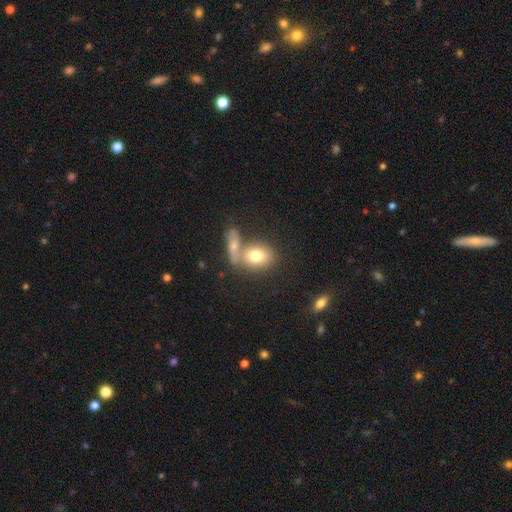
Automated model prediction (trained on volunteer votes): Q: Smooth or featured?
A: smooth (74%); runner-up: featured or disk (18%)
Q: How rounded?
A: in between (64%); runner-up: round (33%)
Q: Merging?
A: merger (43%); runner-up: none (42%)